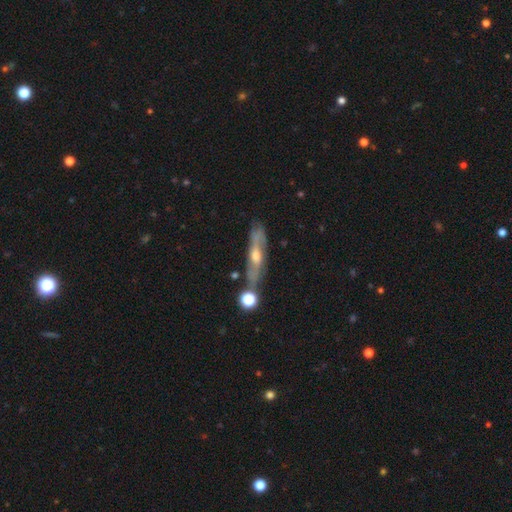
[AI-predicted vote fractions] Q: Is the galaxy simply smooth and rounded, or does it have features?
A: featured or disk — 62%.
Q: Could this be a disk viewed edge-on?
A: yes — 66%.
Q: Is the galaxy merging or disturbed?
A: none — 70%.